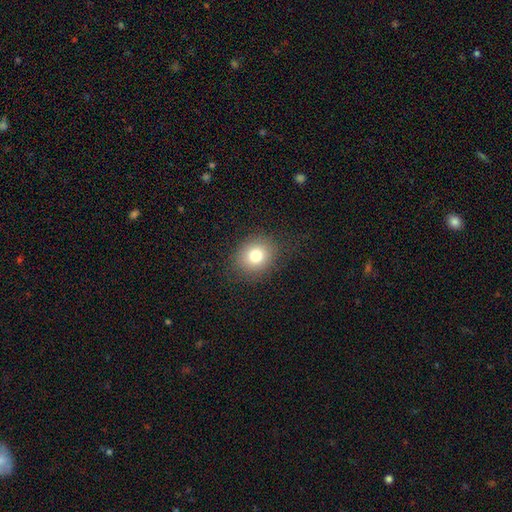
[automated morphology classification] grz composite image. It shows a smooth galaxy with no disk features (79%) that is round (69%). Merging: none (84%).